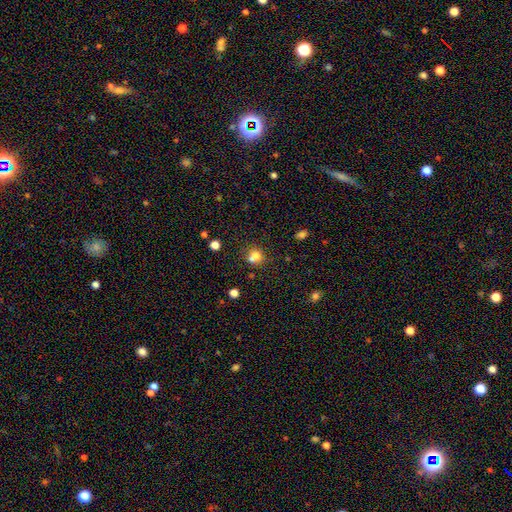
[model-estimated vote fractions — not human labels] Q: Smooth or featured?
A: smooth (72%); runner-up: star or artifact (15%)
Q: How rounded?
A: round (78%); runner-up: in between (21%)
Q: Merging?
A: none (44%); runner-up: merger (42%)